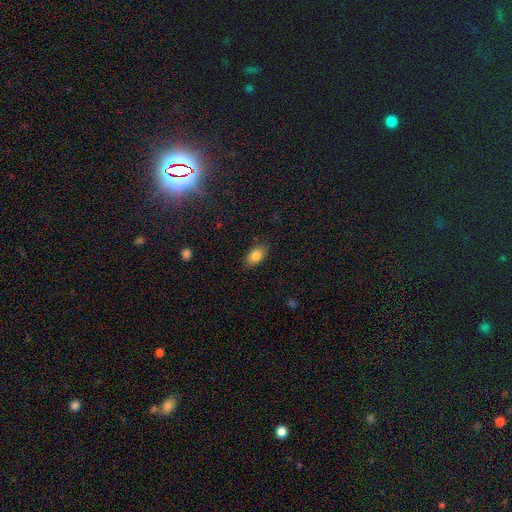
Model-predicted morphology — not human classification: This appears to be a smooth galaxy with no disk features (84%) that is in between round and cigar-shaped (91%). Merging: none (86%).